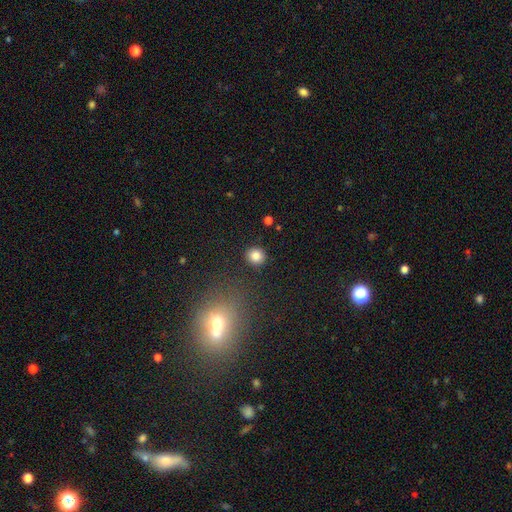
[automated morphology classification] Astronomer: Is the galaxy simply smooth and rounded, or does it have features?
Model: smooth — 84%.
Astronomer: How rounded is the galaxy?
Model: round — 85%.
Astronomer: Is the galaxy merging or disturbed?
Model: none — 90%.